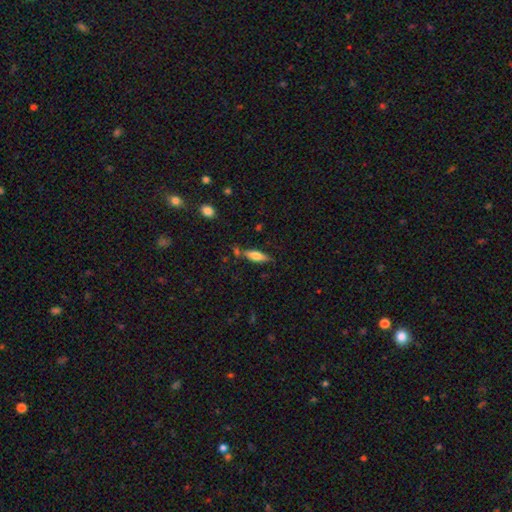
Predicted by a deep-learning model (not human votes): Overall: smooth (65%; featured or disk 28%). How rounded: cigar-shaped (50%; in between 48%). Merging: none (71%).